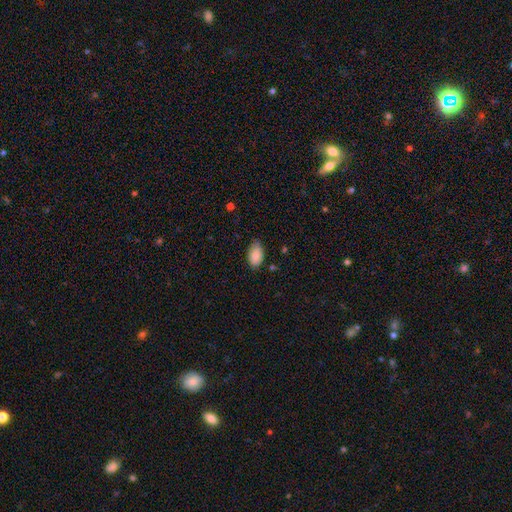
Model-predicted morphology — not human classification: A smooth galaxy with no disk features (87%) that is in between round and cigar-shaped (94%). Merging: none (73%).